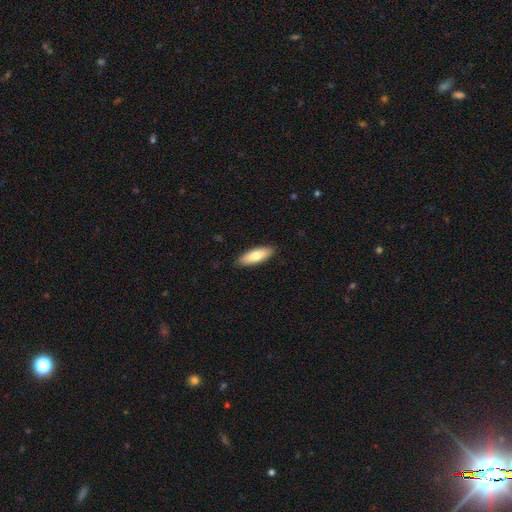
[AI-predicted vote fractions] smooth_or_featured: smooth (p=0.76) [alt: featured or disk p=0.18]
how_rounded: in between (p=0.62) [alt: cigar-shaped p=0.36]
merging: none (p=0.89) [alt: minor disturbance p=0.08]